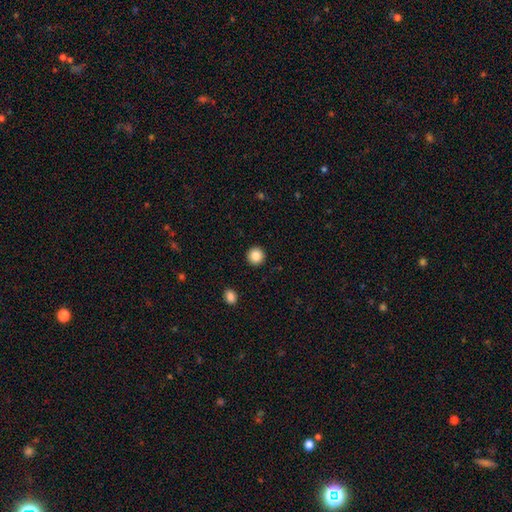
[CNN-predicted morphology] smooth_or_featured: smooth (p=0.87) [alt: star or artifact p=0.09]
how_rounded: round (p=0.95) [alt: in between p=0.04]
merging: none (p=0.93) [alt: minor disturbance p=0.04]